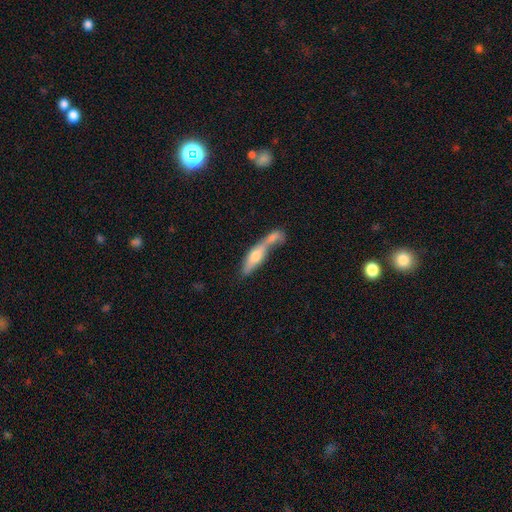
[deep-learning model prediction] smooth 53%, featured or disk 40%, star or artifact 6%. Down the decision tree: how rounded — cigar-shaped (61%); merging — merger (60%).